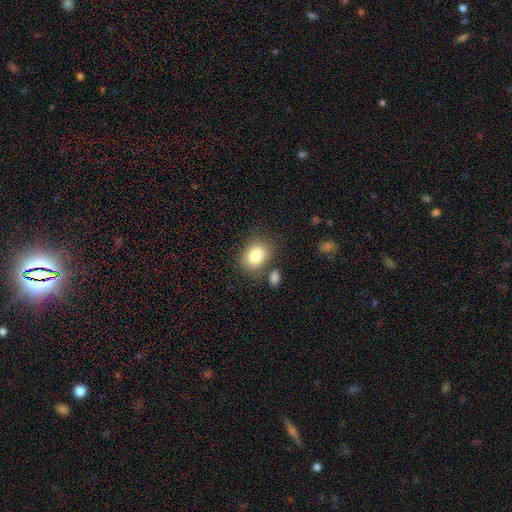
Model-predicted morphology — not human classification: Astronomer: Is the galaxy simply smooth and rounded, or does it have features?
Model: smooth — 82%.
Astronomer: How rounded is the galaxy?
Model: in between — 59% (runner-up: round, 40%).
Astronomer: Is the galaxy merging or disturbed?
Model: none — 72%.